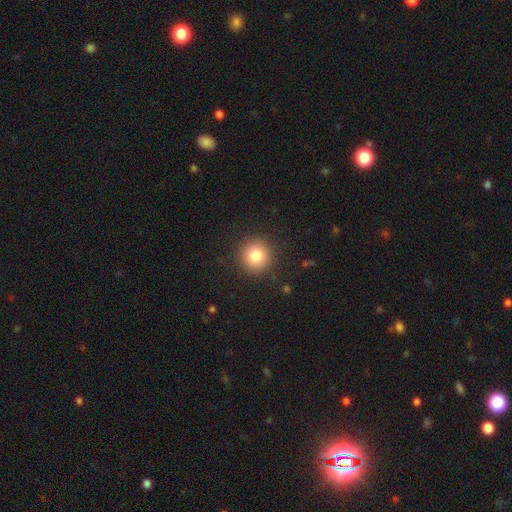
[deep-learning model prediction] Smooth or featured? smooth (81%)
How rounded? round (95%)
Merging? none (91%)